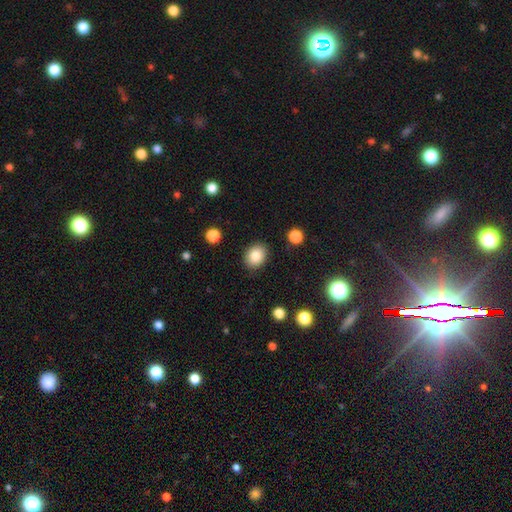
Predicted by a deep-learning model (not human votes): Morphology: type=smooth (84%); roundness=in between (58%); merging=none (88%).